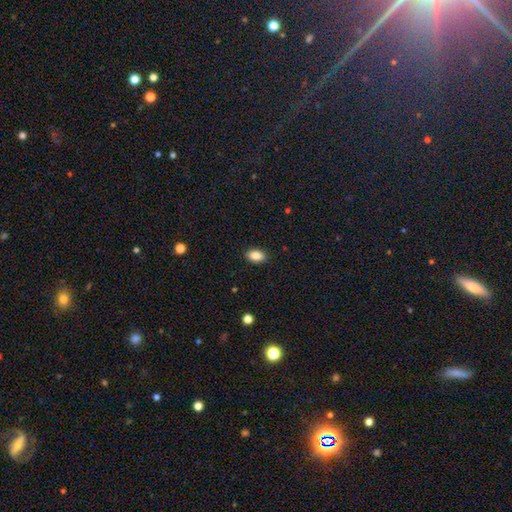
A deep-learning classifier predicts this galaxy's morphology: type=smooth (86%); roundness=in between (89%); merging=none (89%).